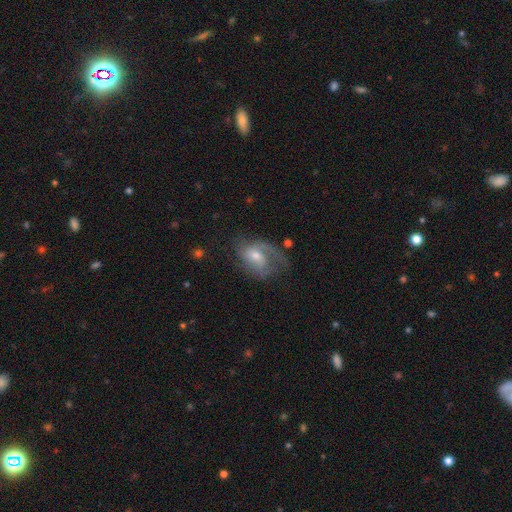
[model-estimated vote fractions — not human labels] Overall: featured or disk (67%). Edge-on disk: no (96%). Bar: no (49%; weak 41%). Spiral arms: yes (83%). Spiral arm count: 1 (41%; 2 36%). Spiral winding: medium (43%; loose 33%). Bulge size: moderate (50%; small 43%). Merging: none (42%; major disturbance 31%).